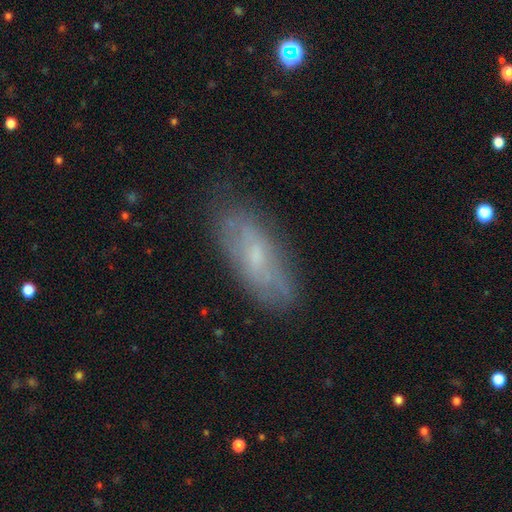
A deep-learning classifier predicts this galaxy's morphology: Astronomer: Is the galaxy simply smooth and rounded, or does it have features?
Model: smooth — 46% (runner-up: featured or disk, 45%).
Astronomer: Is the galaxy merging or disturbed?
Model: none — 72%.